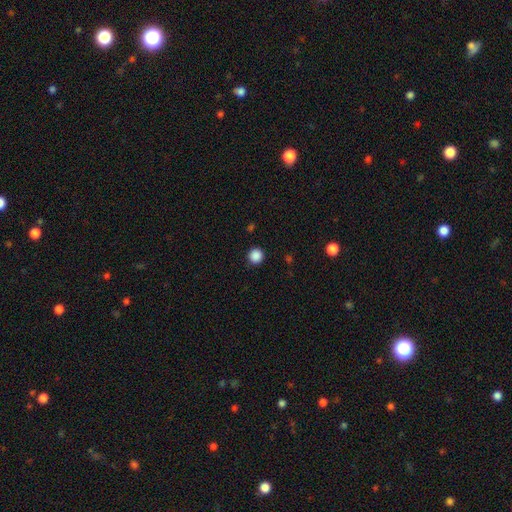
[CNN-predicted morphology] Smooth or featured? smooth (88%)
How rounded? round (95%)
Merging? none (92%)